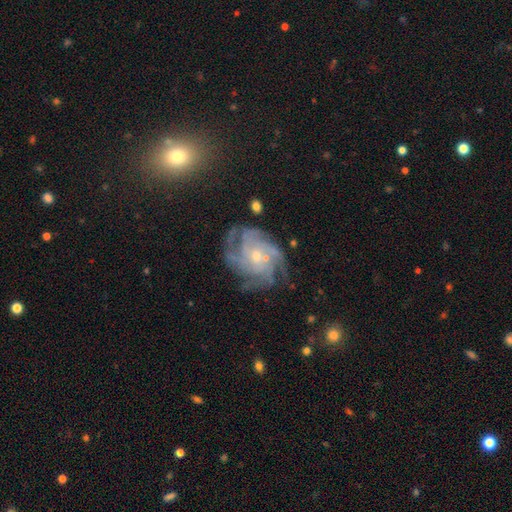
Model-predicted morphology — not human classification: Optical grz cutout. It shows a featured or disk galaxy (85%) with no bar (70%), 4 (33%) tight (55%) spiral arms (97%) and a small central bulge (67%). Merging: none (70%).